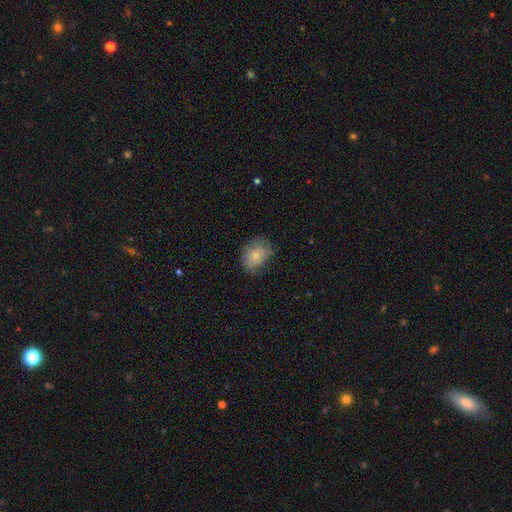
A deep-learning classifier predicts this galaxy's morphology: Smooth or featured? smooth (77%)
How rounded? in between (59%)
Merging? none (68%)